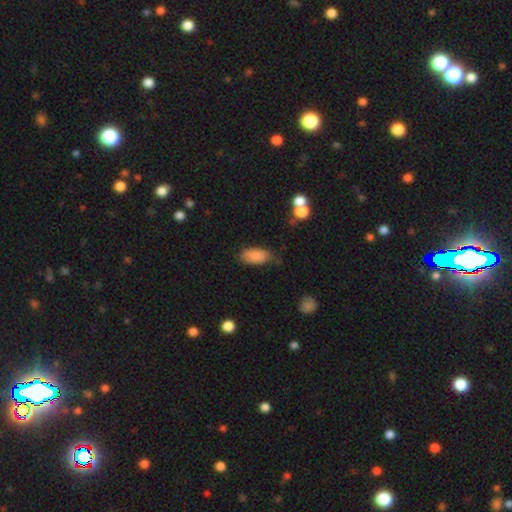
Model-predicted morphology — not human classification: The model was most divided on "merging": none: 58%, minor disturbance: 31%, major disturbance: 8%, merger: 3%. More confident: how rounded — in between (92%); smooth or featured — smooth (82%).